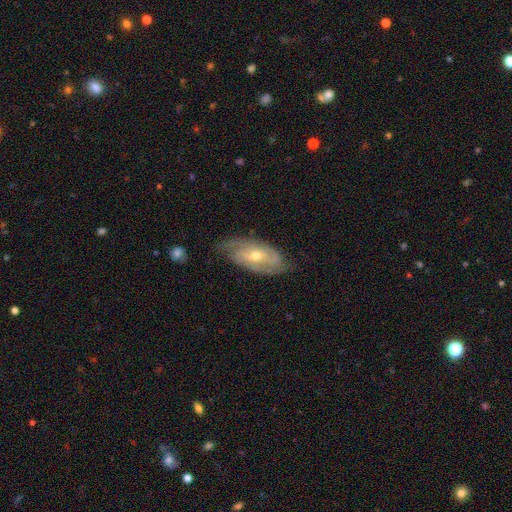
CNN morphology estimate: This is likely a featured or disk galaxy (79%). It is clearly not viewed edge-on (92%). Bar: possibly no (53%). Spiral arm pattern: clearly yes (92%). Spiral arm count: possibly 2 (58%). Spiral winding: possibly tight (51%). Central bulge: possibly moderate (51%). Merging: likely none (72%).